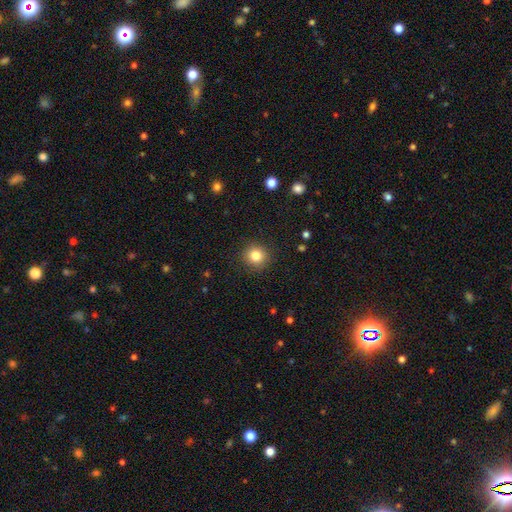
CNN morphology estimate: smooth-or-featured: smooth: 83% | star or artifact: 11% | featured or disk: 6%
  how-rounded: round: 92% | in between: 7% | cigar-shaped: 1%
  merging: none: 91% | minor disturbance: 6% | major disturbance: 2% | merger: 1%